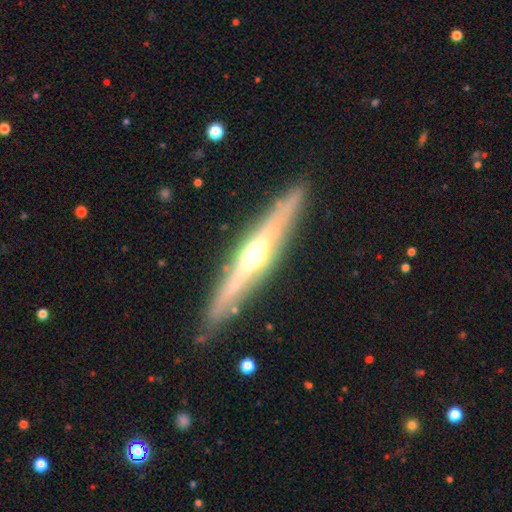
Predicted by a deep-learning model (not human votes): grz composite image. It shows a featured or disk galaxy (72%) viewed edge-on (95%) with a rounded central bulge (92%). Merging: none (87%).